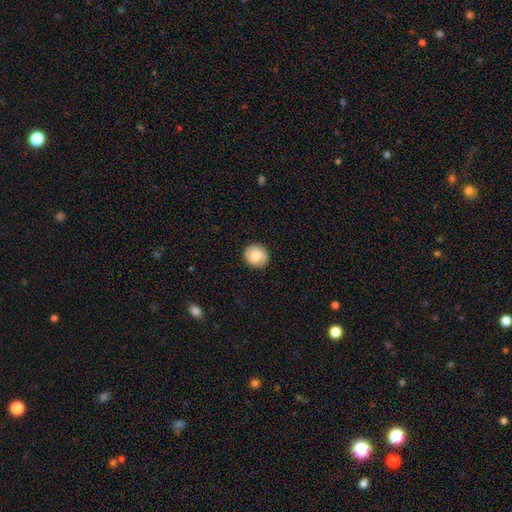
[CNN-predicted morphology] smooth 73%, featured or disk 20%, star or artifact 8%. Down the decision tree: how rounded — round (83%); merging — none (88%).